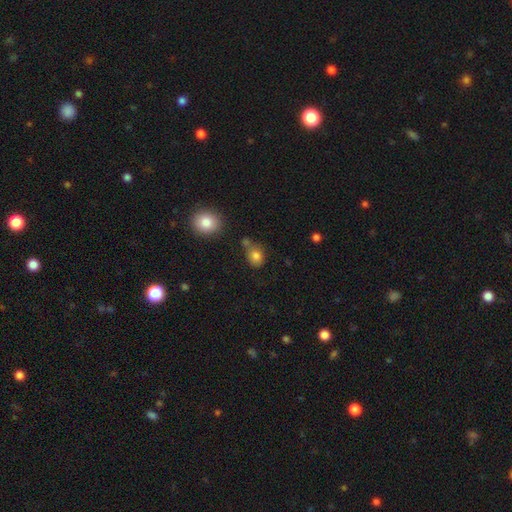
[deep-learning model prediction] smooth 82%, star or artifact 11%, featured or disk 7%. Down the decision tree: how rounded — round (52%); merging — none (61%).